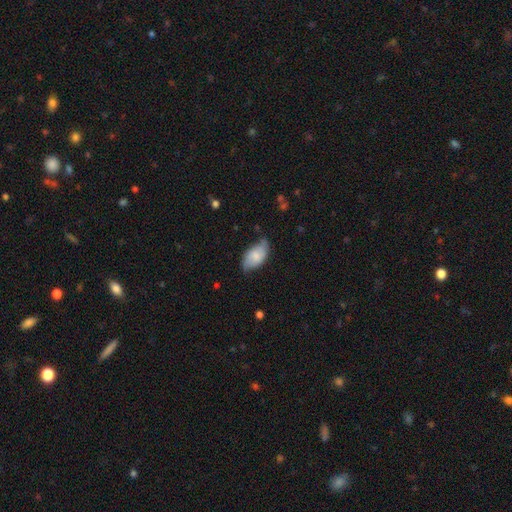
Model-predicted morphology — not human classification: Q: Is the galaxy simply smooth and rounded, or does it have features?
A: smooth — 65%.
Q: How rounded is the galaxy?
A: in between — 93%.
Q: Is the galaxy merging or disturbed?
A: none — 57%.